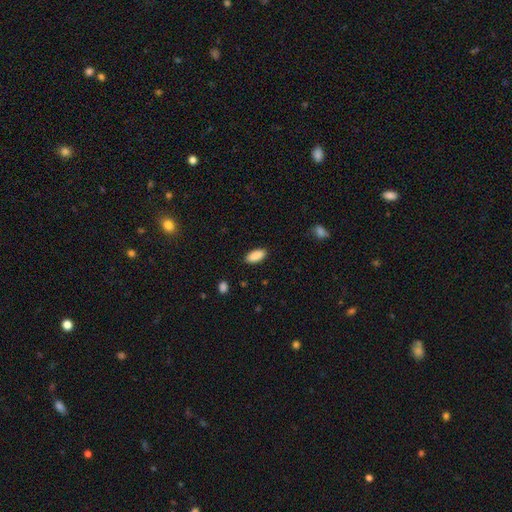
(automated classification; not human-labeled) Smooth or featured?
  - smooth: 90% *
  - star or artifact: 6%
  - featured or disk: 4%
How rounded?
  - in between: 87% *
  - cigar-shaped: 11%
  - round: 2%
Merging?
  - none: 88% *
  - minor disturbance: 9%
  - major disturbance: 2%
  - merger: 1%